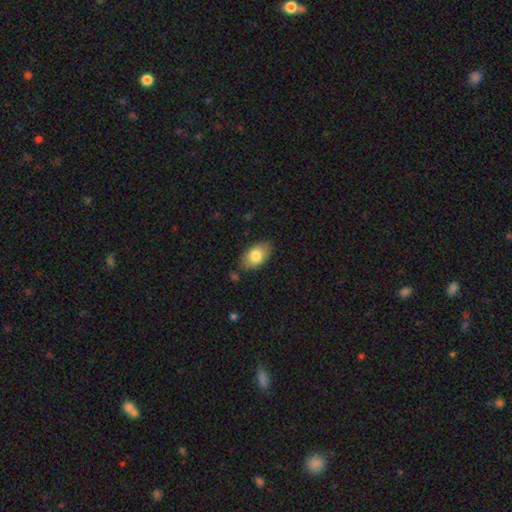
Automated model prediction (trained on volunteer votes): A smooth galaxy with no disk features (79%) that is in between round and cigar-shaped (92%). Merging: none (81%).